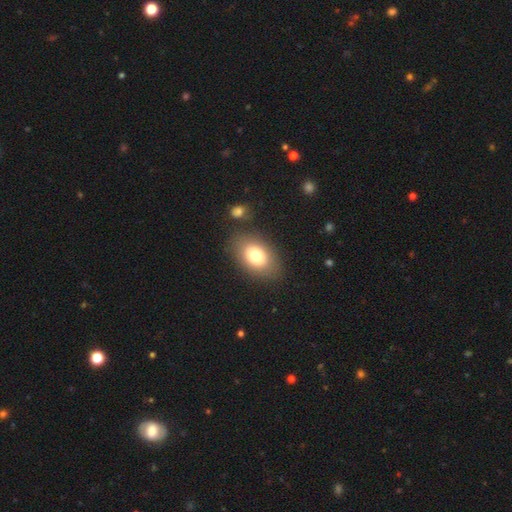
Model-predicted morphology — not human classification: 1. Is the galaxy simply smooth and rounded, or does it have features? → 77% smooth, 14% featured or disk, 9% star or artifact.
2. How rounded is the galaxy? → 83% in between, 15% round, 1% cigar-shaped.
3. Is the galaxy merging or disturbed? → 81% none, 11% minor disturbance, 4% merger, 4% major disturbance.